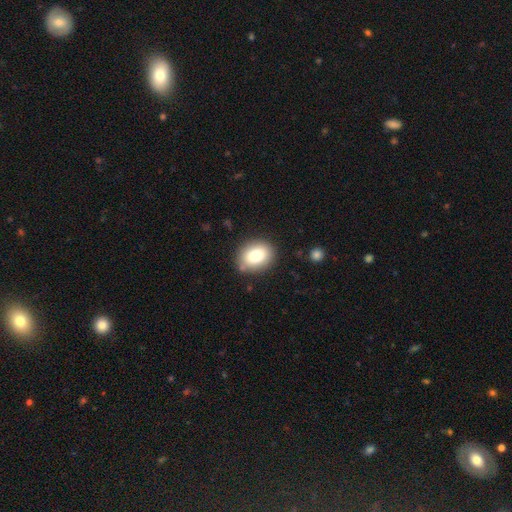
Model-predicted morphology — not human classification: Smooth or featured? smooth (81%)
How rounded? in between (58%)
Merging? none (81%)